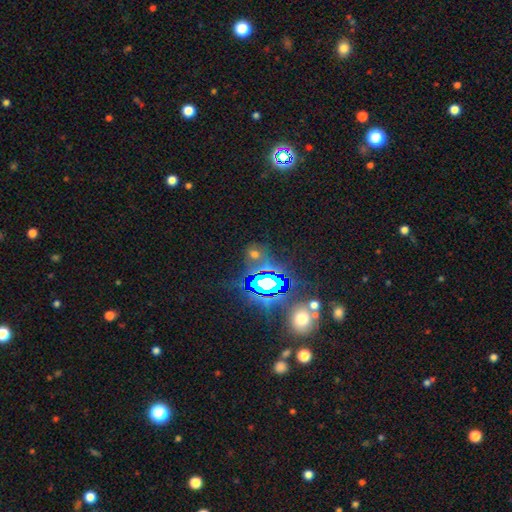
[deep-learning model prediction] Smooth or featured? Predicted: star or artifact (p=0.73).